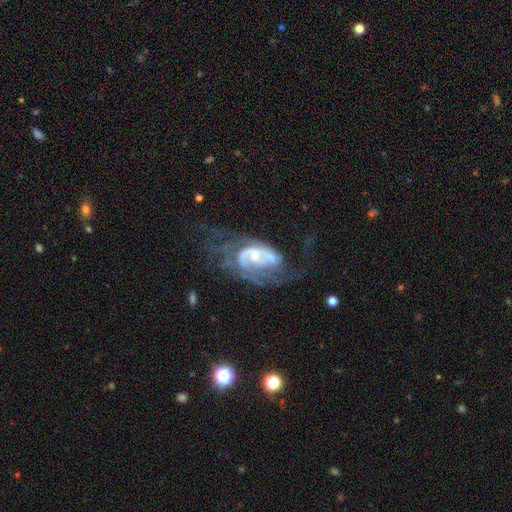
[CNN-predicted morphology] This appears to be a featured or disk galaxy (84%) with no bar (50%), 2 (46%) medium (40%) spiral arms (89%) and a small central bulge (52%). Merging: none (39%, tied with major disturbance).